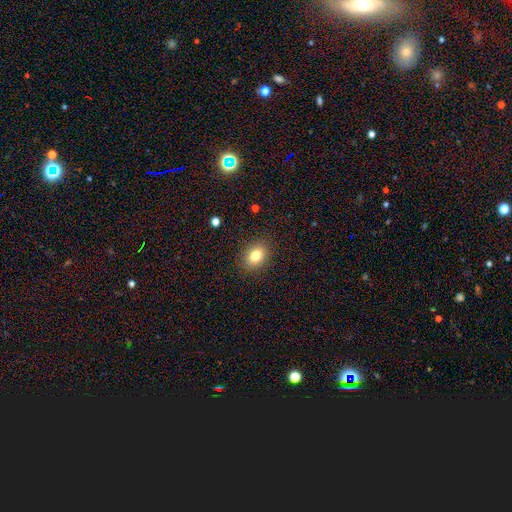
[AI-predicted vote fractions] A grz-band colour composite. It shows a smooth galaxy with no disk features (80%) that is in between round and cigar-shaped (63%). Merging: none (88%).